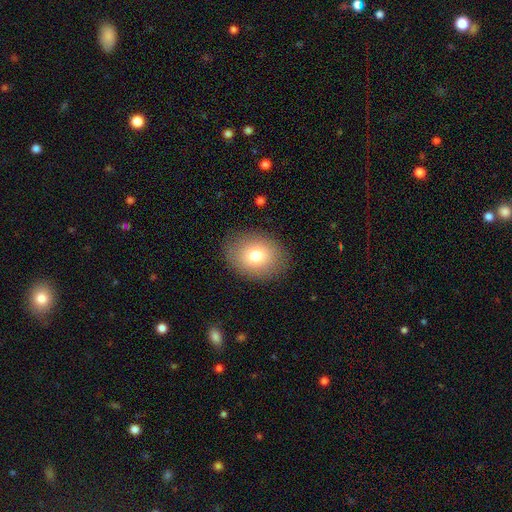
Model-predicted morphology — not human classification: This appears to be a smooth galaxy with no disk features (78%) that is in between round and cigar-shaped (59%). Merging: none (86%).